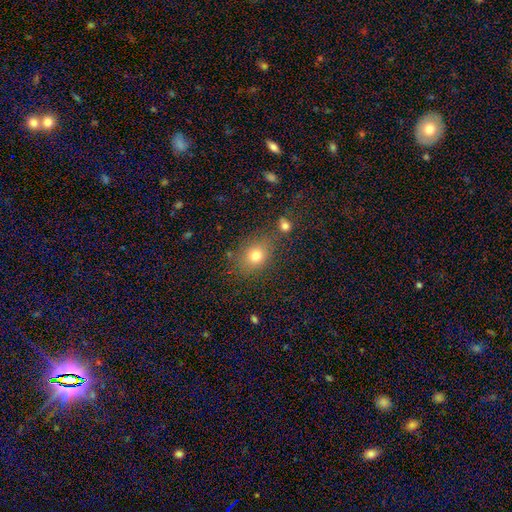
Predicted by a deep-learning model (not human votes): A smooth galaxy with no disk features (77%) that is round (50%).

Vote fractions:
- Smooth or featured? smooth: 77% / star or artifact: 13% / featured or disk: 10%
- How rounded? round: 50% / in between: 48% / cigar-shaped: 1%
- Merging? none: 74% / minor disturbance: 13% / merger: 7% / major disturbance: 5%